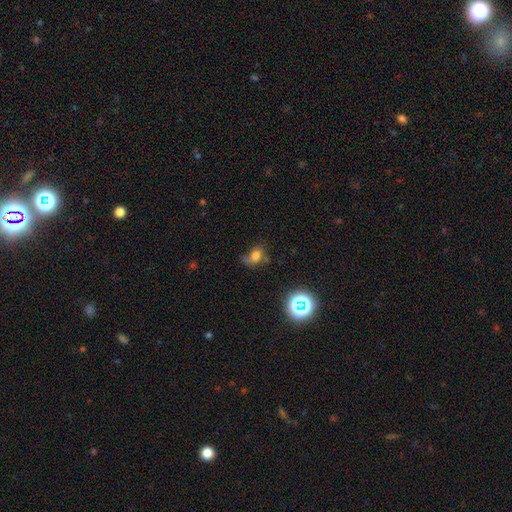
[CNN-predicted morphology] Overall: smooth (61%). How rounded: in between (61%; round 37%). Merging: none (38%; major disturbance 27%).